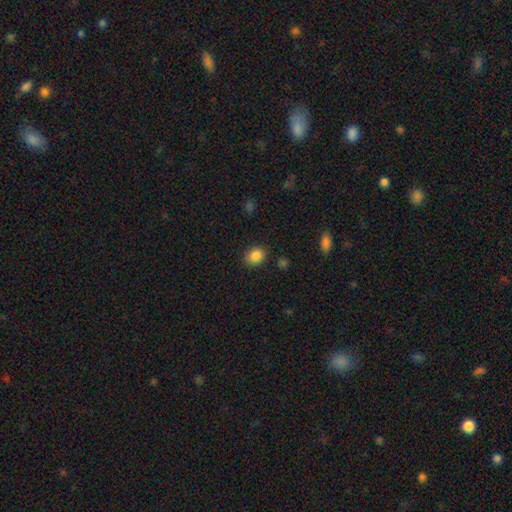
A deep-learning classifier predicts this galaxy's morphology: This is clearly a smooth galaxy (86%). How rounded: possibly round (50%). Merging: clearly none (82%).